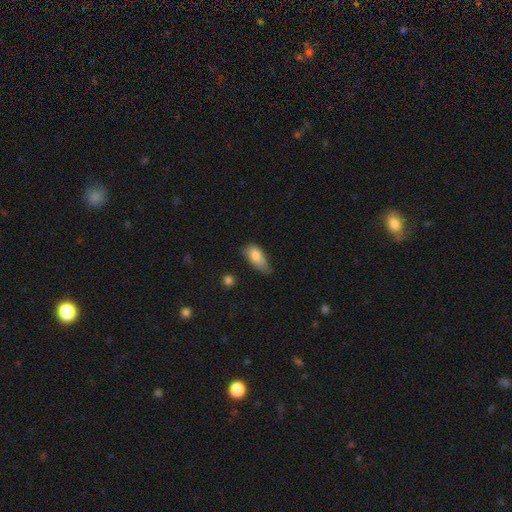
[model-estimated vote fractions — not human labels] Morphology: type=smooth (79%); roundness=in between (88%); merging=minor disturbance (46%).